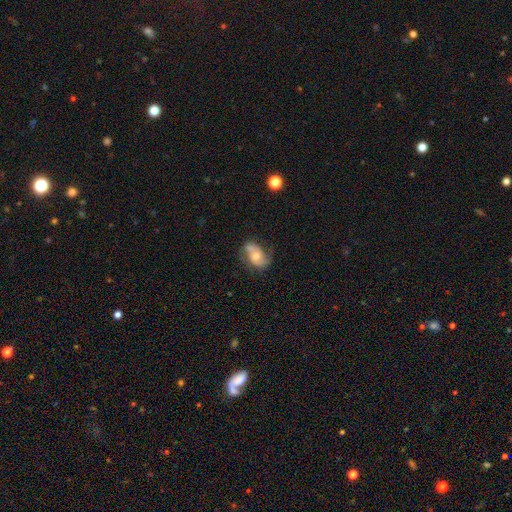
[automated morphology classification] featured or disk 62%, smooth 30%, star or artifact 8%. Down the decision tree: edge-on disk — no (96%); bar — no (61%); spiral arms — yes (86%); spiral arm count — 2 (82%); spiral winding — medium (43%); bulge size — moderate (58%); merging — none (59%).